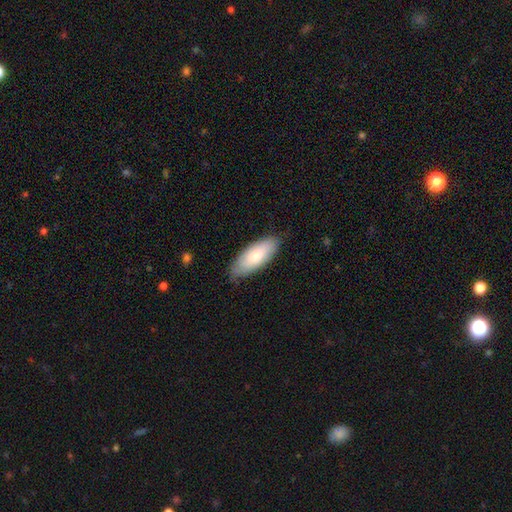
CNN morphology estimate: smooth-or-featured: smooth: 75% | featured or disk: 19% | star or artifact: 5%
  how-rounded: in between: 79% | cigar-shaped: 19% | round: 2%
  merging: none: 78% | minor disturbance: 18% | major disturbance: 3% | merger: 1%